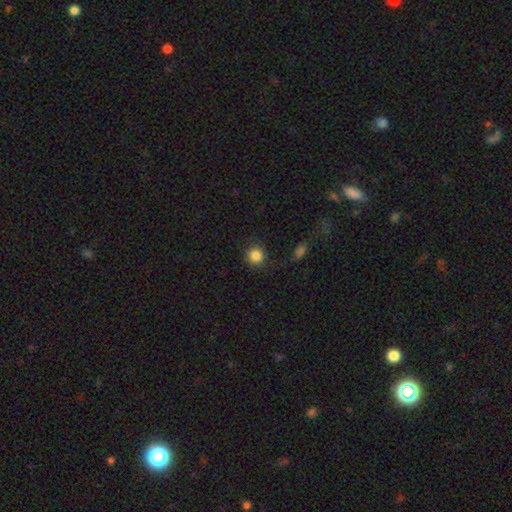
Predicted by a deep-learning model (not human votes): Smooth or featured? smooth (85%)
How rounded? round (90%)
Merging? none (78%)